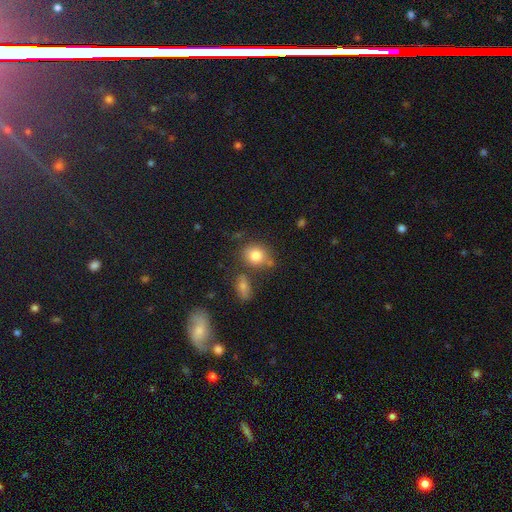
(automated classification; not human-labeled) smooth 83%, star or artifact 10%, featured or disk 8%. Down the decision tree: how rounded — round (67%); merging — none (65%).